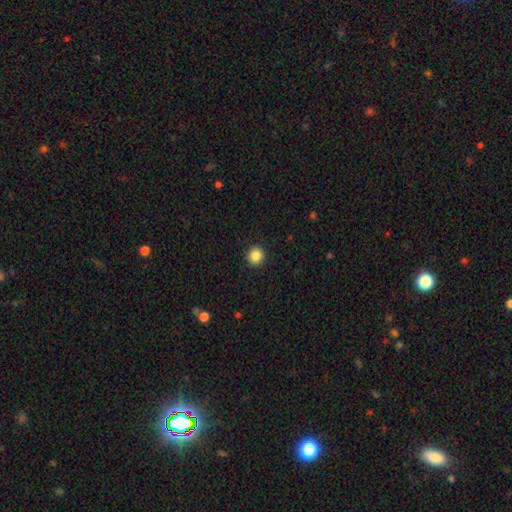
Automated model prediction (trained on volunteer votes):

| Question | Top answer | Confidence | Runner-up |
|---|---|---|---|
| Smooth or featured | smooth | 86% | star or artifact (10%) |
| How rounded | round | 93% | in between (6%) |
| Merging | none | 93% | minor disturbance (5%) |